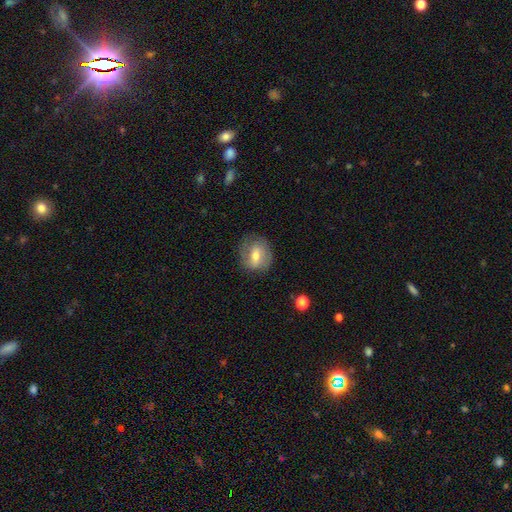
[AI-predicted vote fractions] This is possibly a smooth galaxy (51%). How rounded: likely round (60%). Merging: likely none (75%).